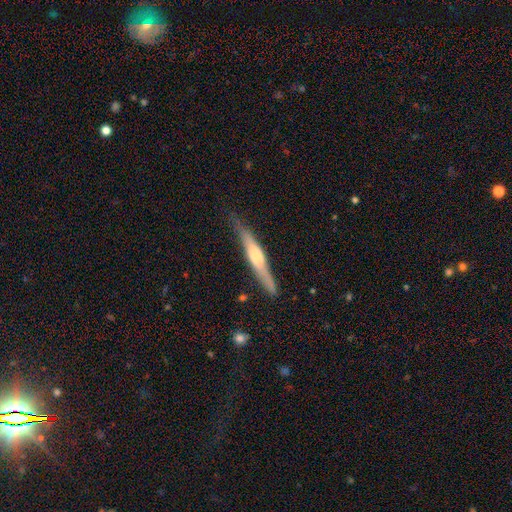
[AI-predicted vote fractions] Smooth or featured? featured or disk (62%)
Edge-on disk? yes (96%)
Edge-on bulge? rounded (68%)
Merging? none (80%)